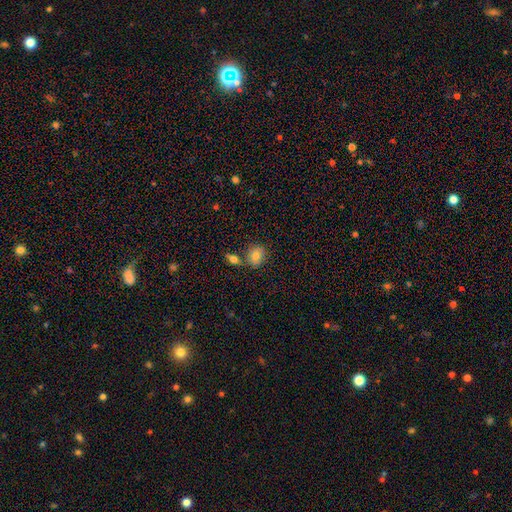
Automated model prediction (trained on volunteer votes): This is likely a smooth galaxy (79%). How rounded: likely round (66%). Merging: likely none (70%).